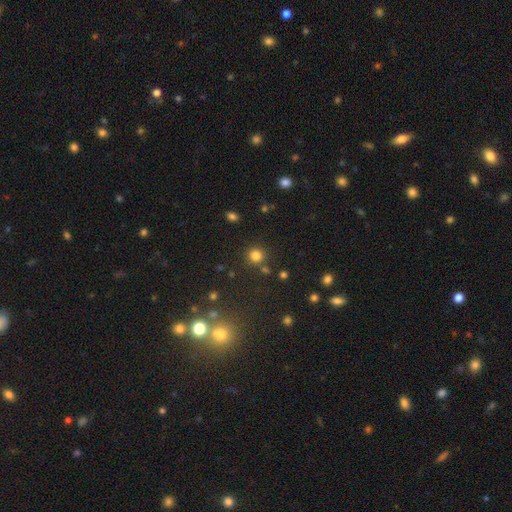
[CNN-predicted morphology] A smooth galaxy with no disk features (79%) that is round (91%).

Vote fractions:
- Smooth or featured? smooth: 79% / star or artifact: 16% / featured or disk: 5%
- How rounded? round: 91% / in between: 8% / cigar-shaped: 1%
- Merging? none: 82% / minor disturbance: 8% / merger: 7% / major disturbance: 3%